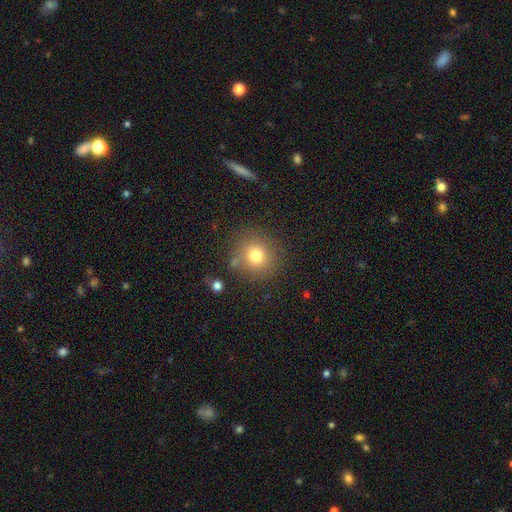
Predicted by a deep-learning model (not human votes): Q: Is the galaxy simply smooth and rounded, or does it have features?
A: smooth — 77%.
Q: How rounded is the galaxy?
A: round — 90%.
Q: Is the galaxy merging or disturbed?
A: none — 81%.